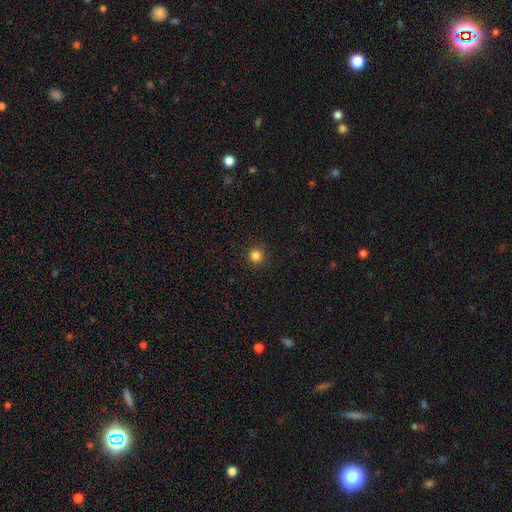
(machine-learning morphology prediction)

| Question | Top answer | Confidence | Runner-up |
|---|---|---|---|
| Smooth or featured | smooth | 84% | star or artifact (13%) |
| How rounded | round | 95% | in between (4%) |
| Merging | none | 91% | minor disturbance (6%) |